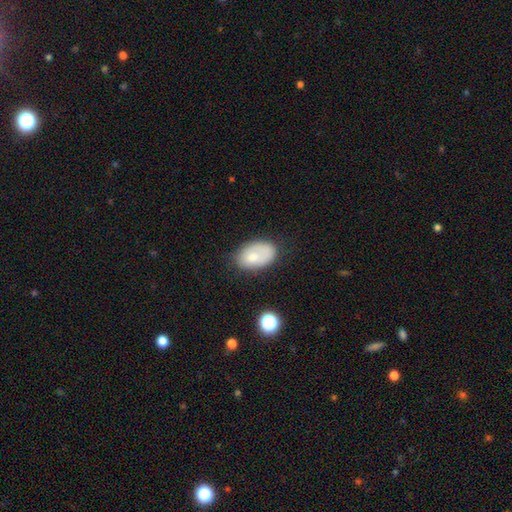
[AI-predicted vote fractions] Overall: smooth (70%). How rounded: in between (90%). Merging: none (64%).